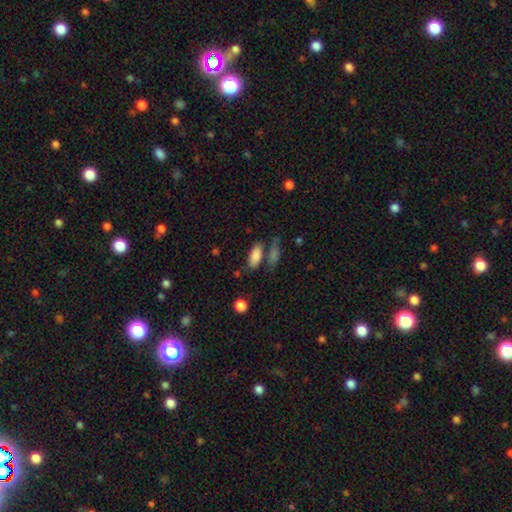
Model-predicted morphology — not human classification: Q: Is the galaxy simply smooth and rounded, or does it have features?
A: smooth — 85%.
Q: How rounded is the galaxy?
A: in between — 85%.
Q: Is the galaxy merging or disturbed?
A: none — 62%.